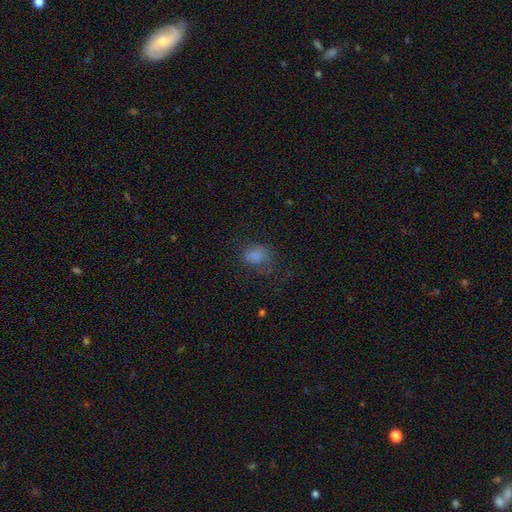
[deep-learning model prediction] Morphology: type=smooth (74%); roundness=in between (61%); merging=none (55%).